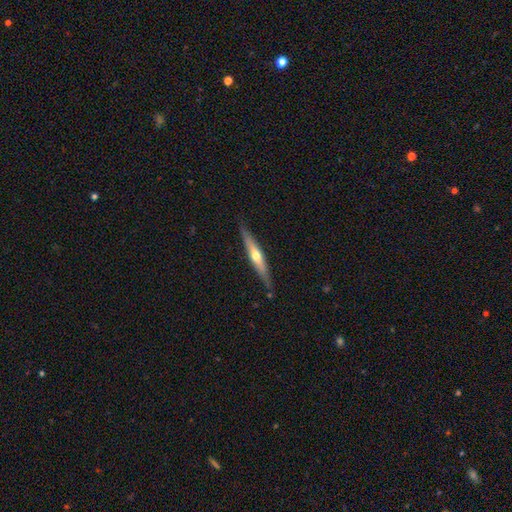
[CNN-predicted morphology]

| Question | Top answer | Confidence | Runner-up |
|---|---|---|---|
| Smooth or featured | featured or disk | 62% | smooth (33%) |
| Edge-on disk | yes | 94% | no (6%) |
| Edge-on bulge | rounded | 86% | none (10%) |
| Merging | none | 85% | minor disturbance (12%) |